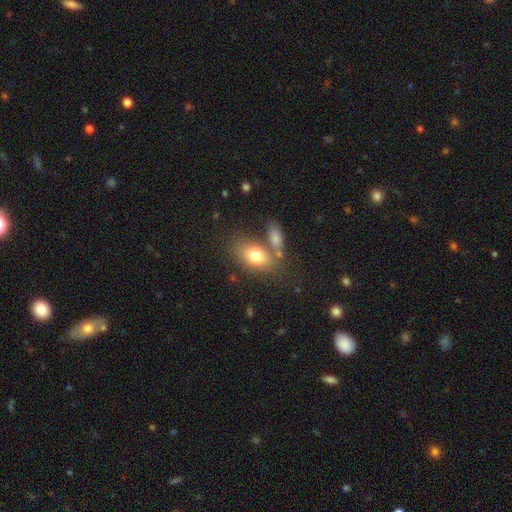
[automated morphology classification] This appears to be a smooth galaxy with no disk features (76%) that is in between round and cigar-shaped (85%). Merging: none (56%).